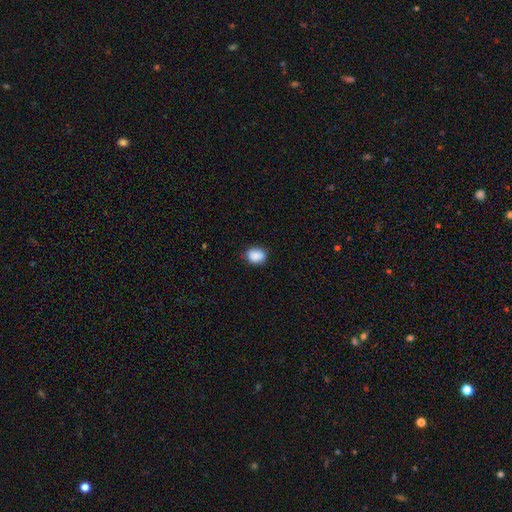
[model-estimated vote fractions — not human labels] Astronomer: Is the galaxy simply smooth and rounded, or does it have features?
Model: smooth — 89%.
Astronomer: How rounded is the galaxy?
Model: in between — 56% (runner-up: round, 43%).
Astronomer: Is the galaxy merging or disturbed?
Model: none — 82%.